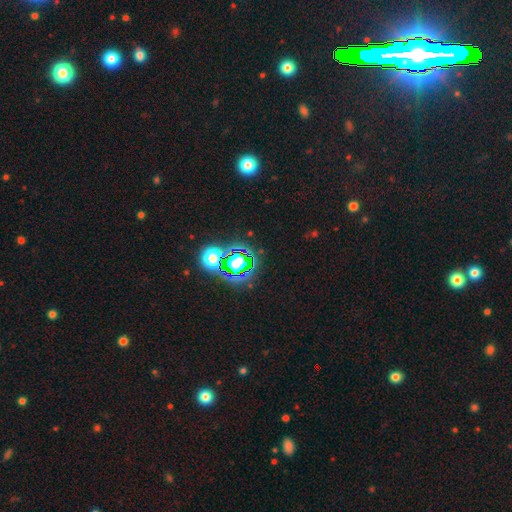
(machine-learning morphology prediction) Smooth or featured? star or artifact (79%)